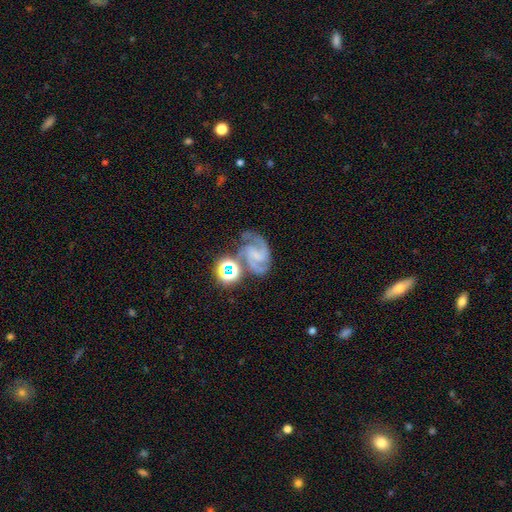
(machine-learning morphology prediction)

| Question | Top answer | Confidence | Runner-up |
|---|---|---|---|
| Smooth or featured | featured or disk | 83% | star or artifact (10%) |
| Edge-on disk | no | 98% | yes (2%) |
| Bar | no | 42% | tied: weak (42%) |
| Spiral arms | yes | 97% | no (3%) |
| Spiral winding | medium | 54% | tight (31%) |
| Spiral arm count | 2 | 57% | 3 (26%) |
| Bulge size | small | 45% | none (39%) |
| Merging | none | 55% | minor disturbance (19%) |